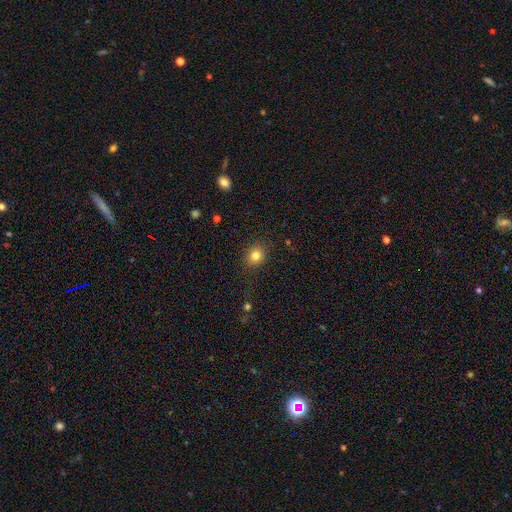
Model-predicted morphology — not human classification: smooth-or-featured: smooth: 81% | star or artifact: 12% | featured or disk: 7%
  how-rounded: round: 71% | in between: 28% | cigar-shaped: 1%
  merging: none: 87% | minor disturbance: 9% | major disturbance: 3% | merger: 1%